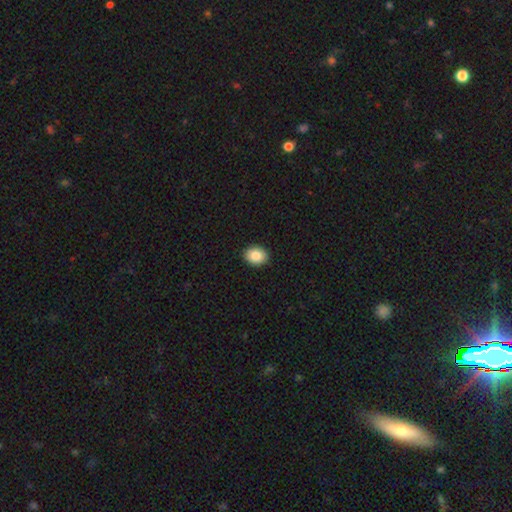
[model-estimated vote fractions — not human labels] Morphology: type=smooth (88%); roundness=in between (57%); merging=none (91%).